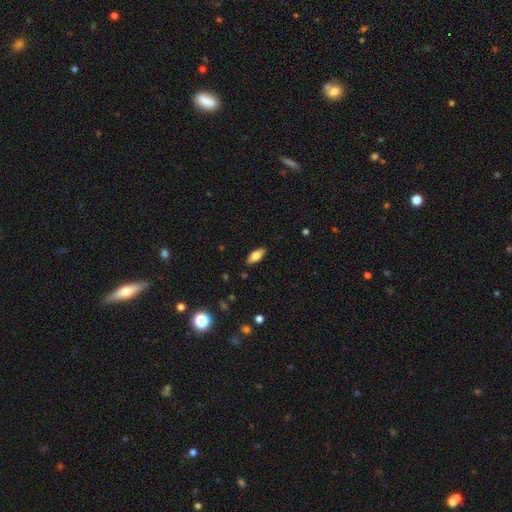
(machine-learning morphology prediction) This appears to be a smooth galaxy with no disk features (69%) that is in between round and cigar-shaped (78%). Merging: none (89%).